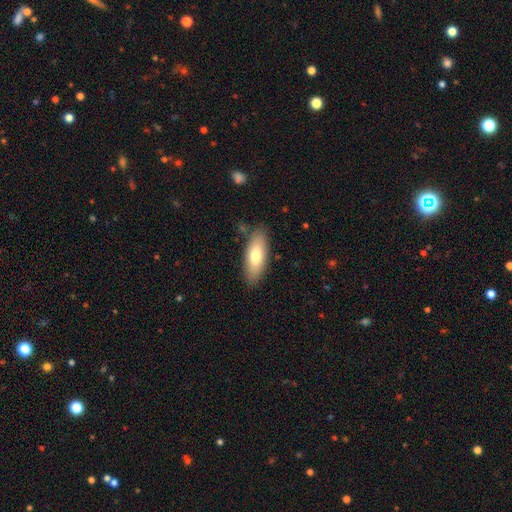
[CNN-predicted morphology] Smooth or featured: smooth — 71% (featured or disk — 22%)
How rounded: in between — 75% (cigar-shaped — 23%)
Merging: none — 83% (minor disturbance — 12%)